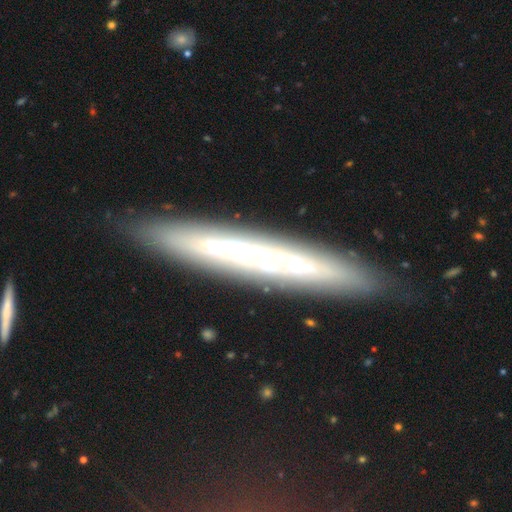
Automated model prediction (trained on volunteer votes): smooth_or_featured: featured or disk (p=0.65) [alt: smooth p=0.26]
disk_edge_on: yes (p=0.83) [alt: no p=0.17]
edge_on_bulge: none (p=0.82) [alt: rounded p=0.12]
merging: none (p=0.87) [alt: minor disturbance p=0.09]